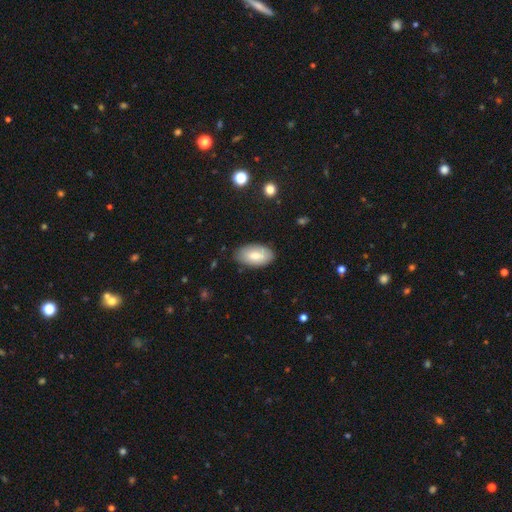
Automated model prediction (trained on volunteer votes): This appears to be a smooth galaxy with no disk features (76%) that is in between round and cigar-shaped (95%). Merging: none (83%).